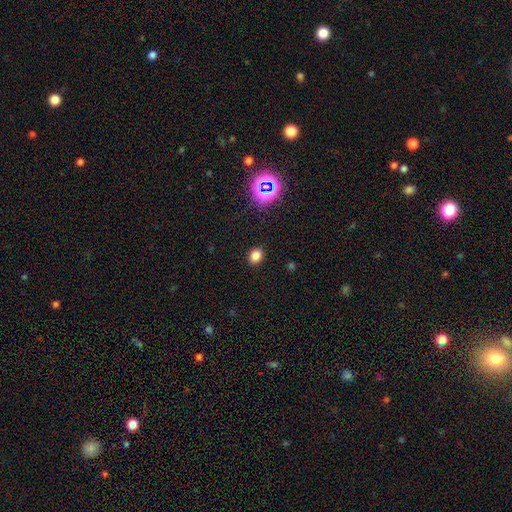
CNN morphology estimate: smooth-or-featured: smooth: 78% | star or artifact: 17% | featured or disk: 5%
  how-rounded: in between: 51% | round: 48% | cigar-shaped: 1%
  merging: none: 89% | minor disturbance: 7% | major disturbance: 3% | merger: 1%